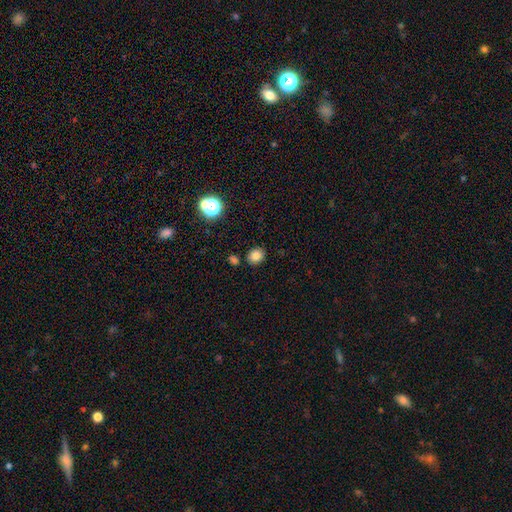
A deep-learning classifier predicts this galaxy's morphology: Smooth or featured?
  - smooth: 80% *
  - star or artifact: 13%
  - featured or disk: 7%
How rounded?
  - round: 63% *
  - in between: 36%
  - cigar-shaped: 1%
Merging?
  - none: 83% *
  - minor disturbance: 9%
  - merger: 6%
  - major disturbance: 2%